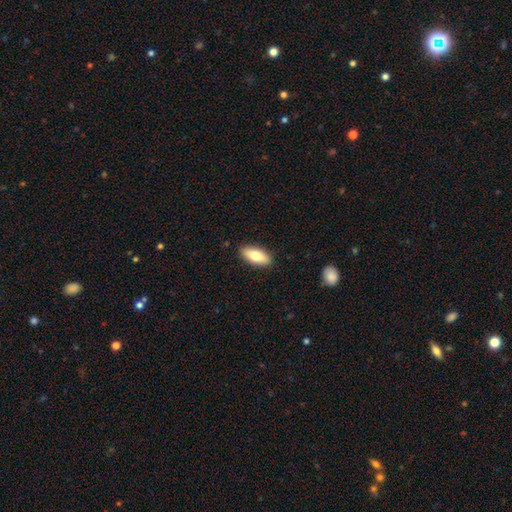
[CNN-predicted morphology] smooth_or_featured: smooth (p=0.74) [alt: featured or disk p=0.19]
how_rounded: in between (p=0.82) [alt: cigar-shaped p=0.16]
merging: none (p=0.89) [alt: minor disturbance p=0.09]